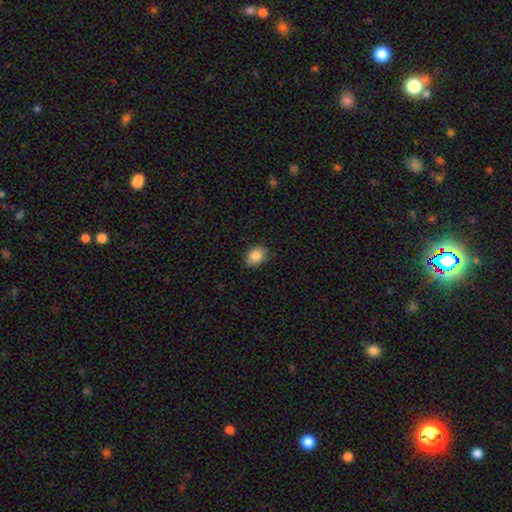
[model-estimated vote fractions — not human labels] smooth 86%, star or artifact 8%, featured or disk 6%. Down the decision tree: how rounded — in between (67%); merging — none (87%).